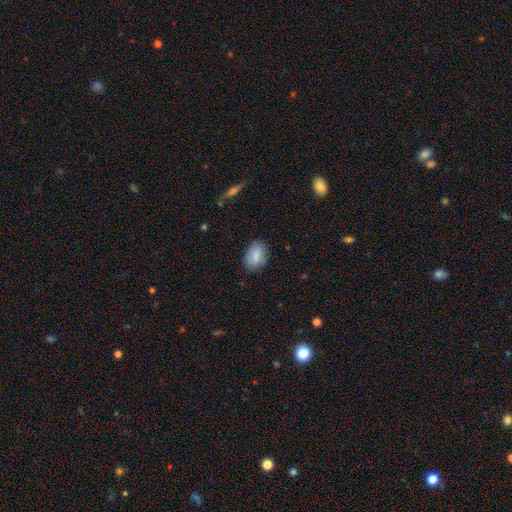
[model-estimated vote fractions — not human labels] Smooth or featured? Predicted: smooth (p=0.85). How rounded? Predicted: in between (p=0.87). Merging? Predicted: none (p=0.81).